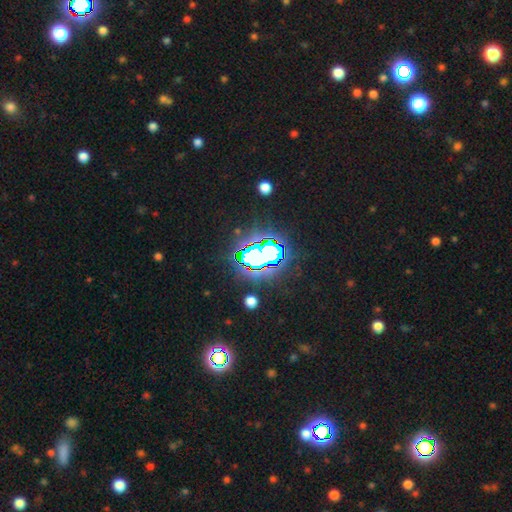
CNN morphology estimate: Overall: star or artifact (79%).